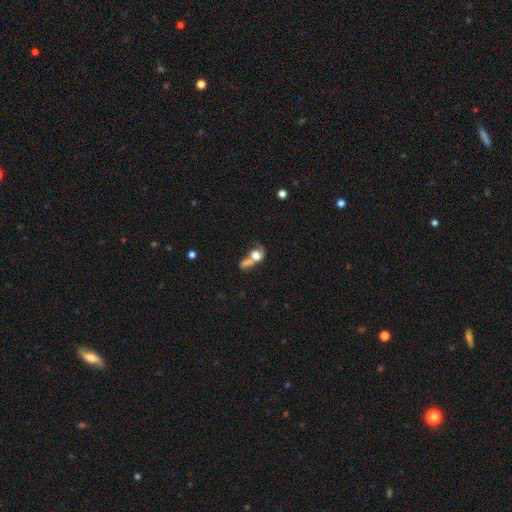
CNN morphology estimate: This is likely a smooth galaxy (61%). How rounded: possibly round (49%). Merging: possibly merger (59%).